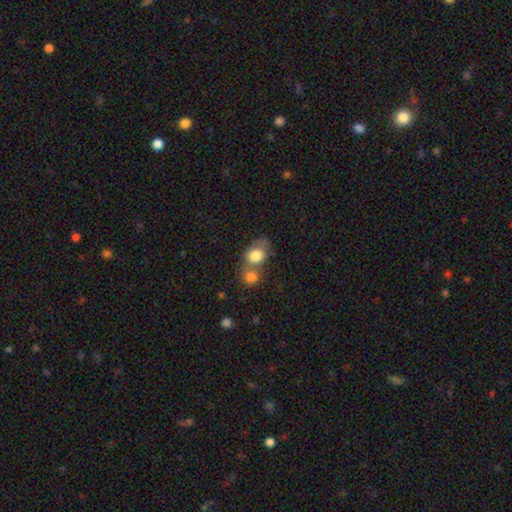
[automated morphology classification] Smooth or featured? Predicted: smooth (p=0.79). How rounded? Predicted: in between (p=0.55). Merging? Predicted: merger (p=0.51).